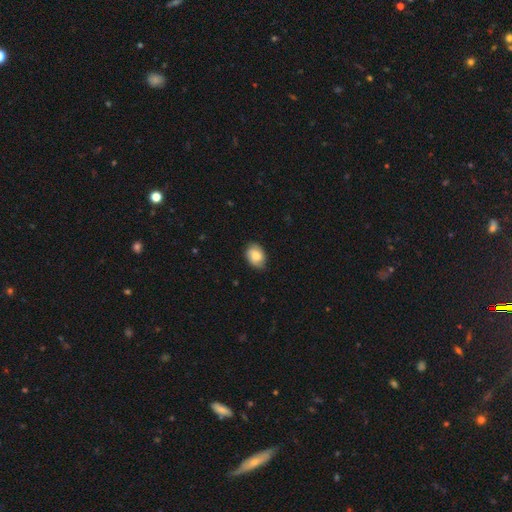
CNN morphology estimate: Overall: smooth (68%). How rounded: in between (77%). Merging: none (79%).